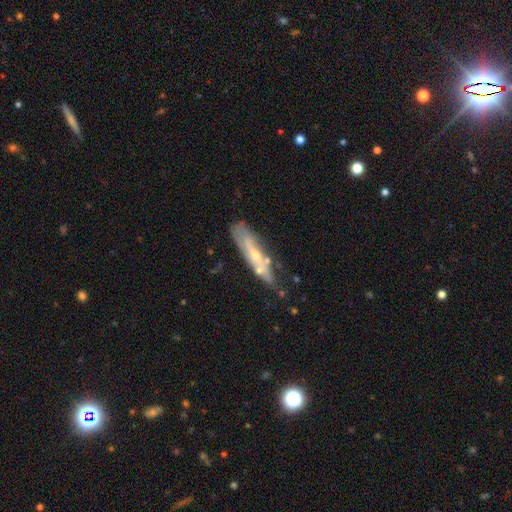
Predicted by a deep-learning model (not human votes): A featured or disk galaxy (58%).

Vote fractions:
- Smooth or featured? featured or disk: 58% / smooth: 35% / star or artifact: 7%
- Edge-on disk? no: 51% / yes: 49%
- Merging? none: 54% / minor disturbance: 24% / merger: 13% / major disturbance: 9%